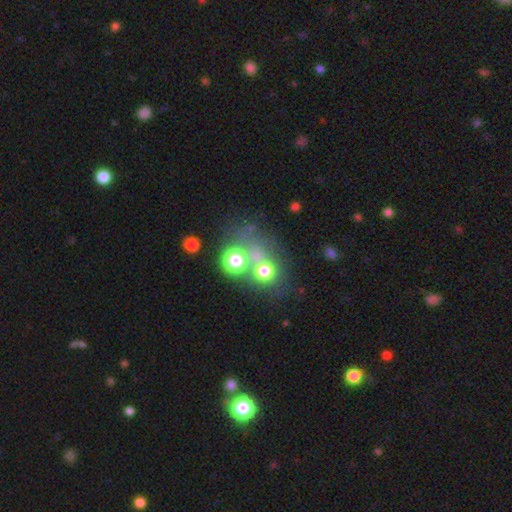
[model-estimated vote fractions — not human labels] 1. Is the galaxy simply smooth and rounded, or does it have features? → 57% smooth, 24% star or artifact, 19% featured or disk.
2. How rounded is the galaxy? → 76% round, 22% in between, 1% cigar-shaped.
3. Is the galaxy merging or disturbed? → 44% none, 39% merger, 9% minor disturbance, 8% major disturbance.